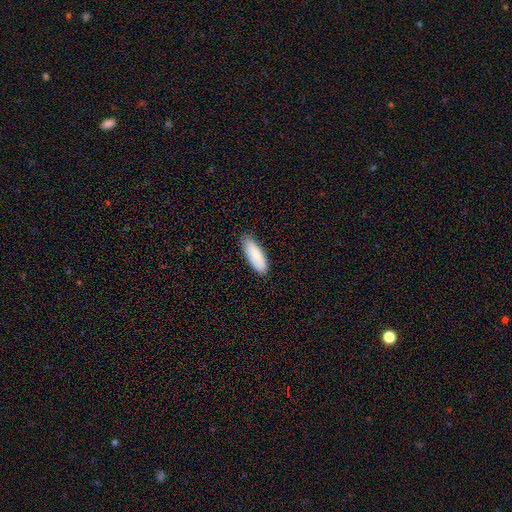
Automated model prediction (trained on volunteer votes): Smooth or featured? Predicted: smooth (p=0.86). How rounded? Predicted: in between (p=0.70). Merging? Predicted: none (p=0.85).